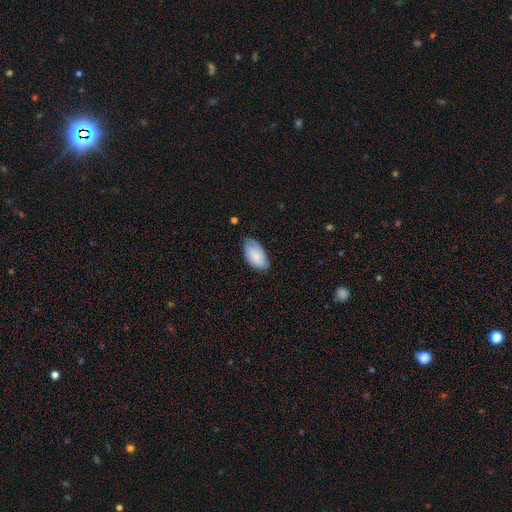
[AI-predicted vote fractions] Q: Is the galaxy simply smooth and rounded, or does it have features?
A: smooth — 75%.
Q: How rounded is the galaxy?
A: in between — 95%.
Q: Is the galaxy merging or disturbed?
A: none — 63%.